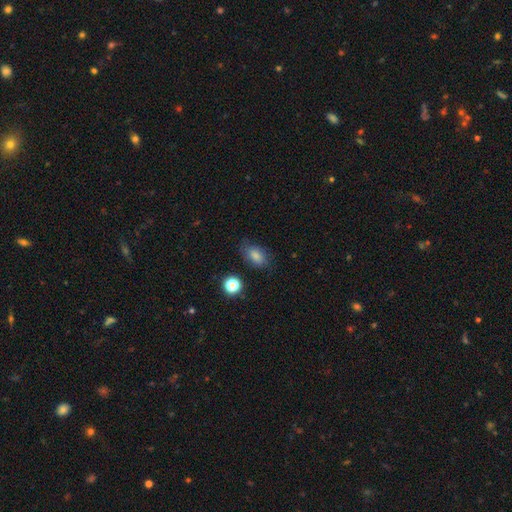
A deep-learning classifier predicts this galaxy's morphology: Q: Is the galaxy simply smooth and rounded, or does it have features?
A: smooth — 82%.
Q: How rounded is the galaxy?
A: in between — 85%.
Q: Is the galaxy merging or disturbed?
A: none — 74%.